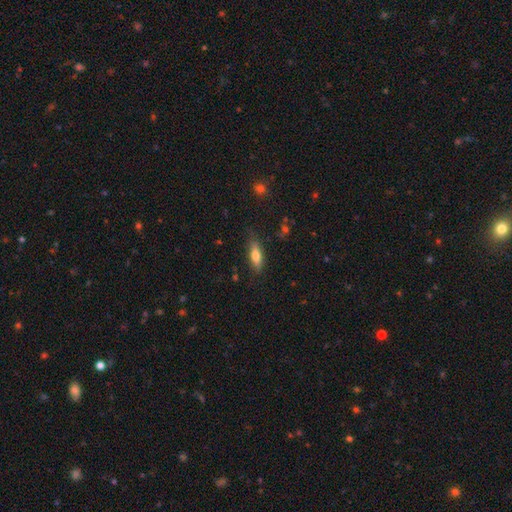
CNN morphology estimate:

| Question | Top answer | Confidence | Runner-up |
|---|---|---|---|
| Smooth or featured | smooth | 71% | featured or disk (22%) |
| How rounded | in between | 55% | cigar-shaped (42%) |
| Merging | none | 81% | minor disturbance (15%) |